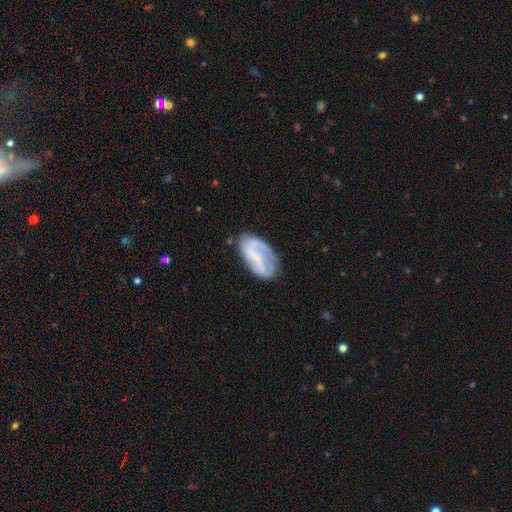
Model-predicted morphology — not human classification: A featured or disk galaxy (70%) with a weak bar (42%), 2 (59%) medium (39%) spiral arms (83%) and a small central bulge (60%). Merging: none (60%).